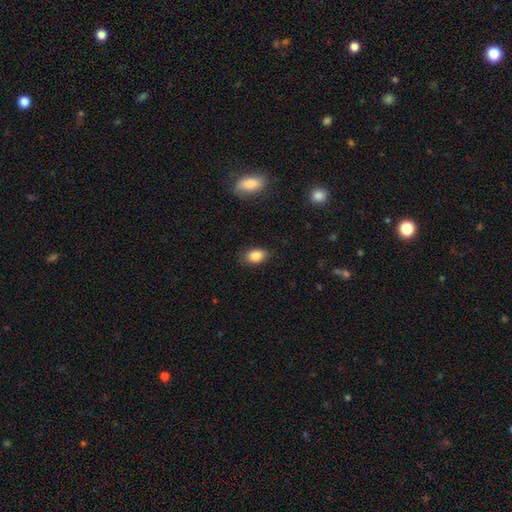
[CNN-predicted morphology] This is clearly a smooth galaxy (86%). How rounded: clearly in between (85%). Merging: clearly none (83%).